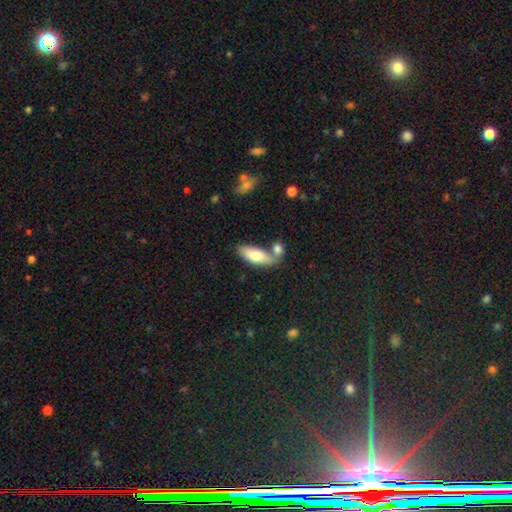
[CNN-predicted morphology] The model was most divided on "merging": none: 47%, merger: 35%, minor disturbance: 14%, major disturbance: 5%. More confident: how rounded — in between (77%); smooth or featured — smooth (74%).